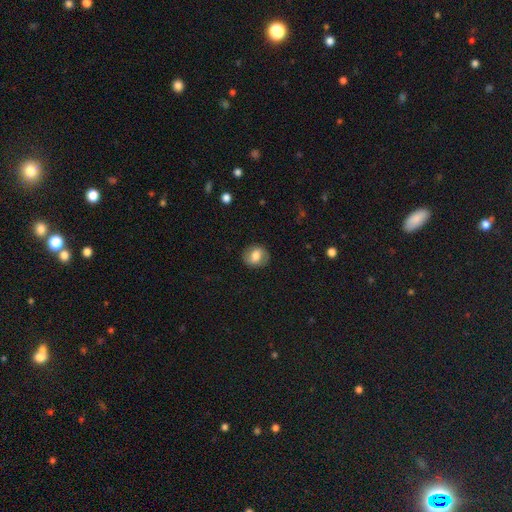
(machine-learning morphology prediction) Smooth or featured?
  - smooth: 67% *
  - featured or disk: 25%
  - star or artifact: 8%
How rounded?
  - round: 60% *
  - in between: 39%
  - cigar-shaped: 1%
Merging?
  - none: 82% *
  - minor disturbance: 12%
  - major disturbance: 4%
  - merger: 1%